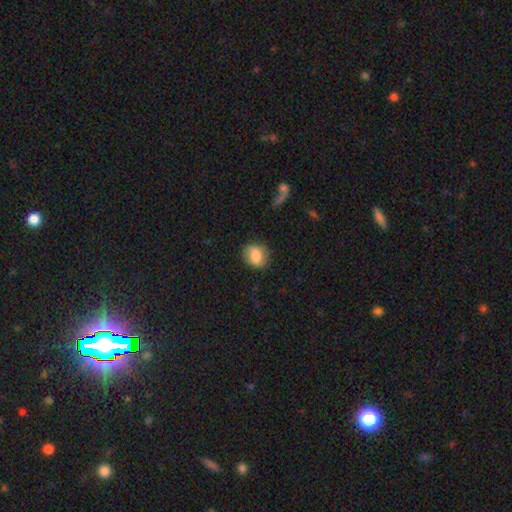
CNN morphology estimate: Smooth or featured? Predicted: smooth (p=0.81). How rounded? Predicted: round (p=0.55). Merging? Predicted: none (p=0.80).